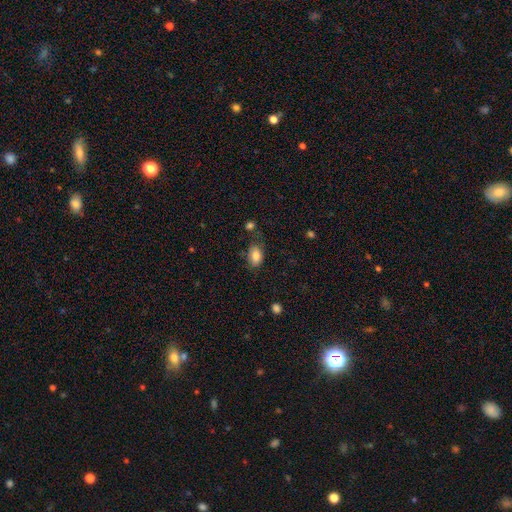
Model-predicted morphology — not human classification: smooth-or-featured: smooth: 83% | featured or disk: 9% | star or artifact: 8%
  how-rounded: in between: 84% | round: 15% | cigar-shaped: 1%
  merging: none: 63% | minor disturbance: 24% | major disturbance: 8% | merger: 5%